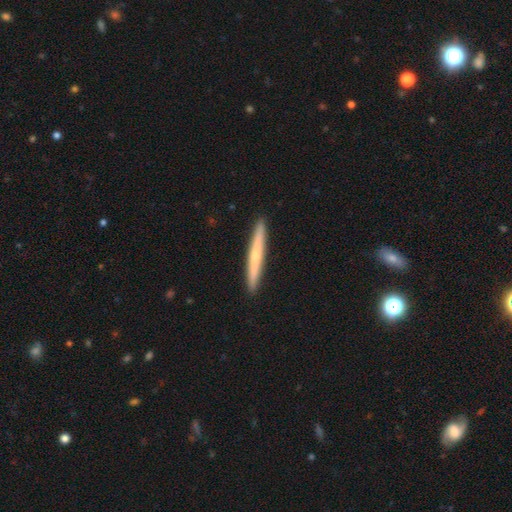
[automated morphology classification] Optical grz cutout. It shows a featured or disk galaxy (47%, tied with smooth). Merging: none (93%).